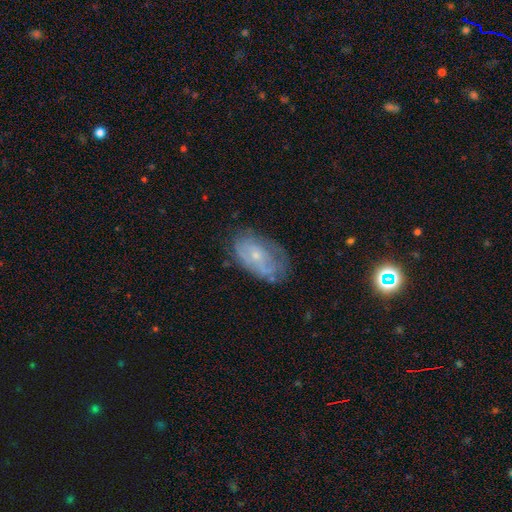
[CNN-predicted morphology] smooth-or-featured: featured or disk: 57% | smooth: 34% | star or artifact: 9%
  disk-edge-on: no: 93% | yes: 7%
    bar: no: 75% | weak: 21% | strong: 4%
    has-spiral-arms: yes: 59% | no: 41%
    bulge-size: small: 73% | moderate: 21% | none: 4% | large: 1% | dominant: 1%
  merging: none: 59% | minor disturbance: 27% | major disturbance: 12% | merger: 2%